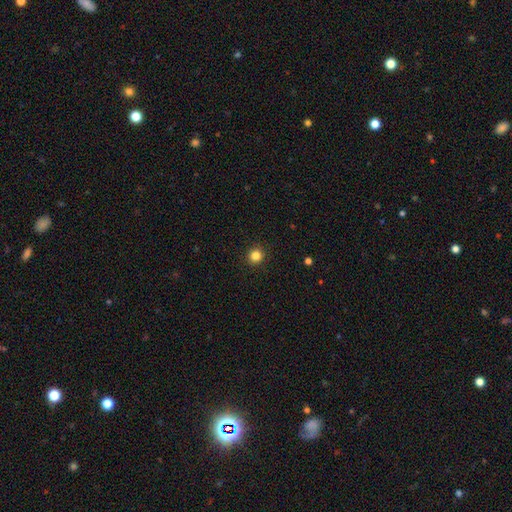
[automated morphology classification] This is clearly a smooth galaxy (84%). How rounded: clearly round (93%). Merging: clearly none (92%).